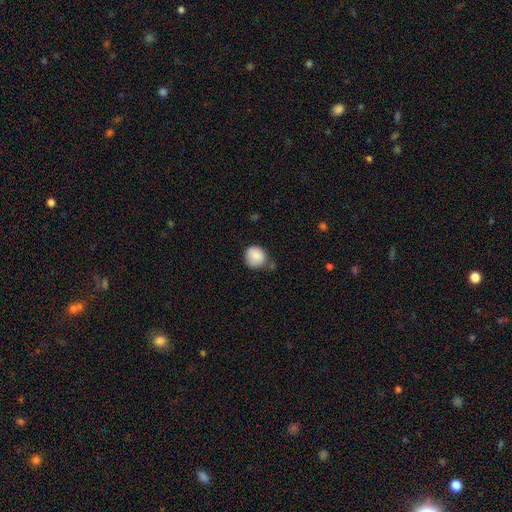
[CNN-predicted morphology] Smooth or featured: smooth — 88% (star or artifact — 8%)
How rounded: round — 82% (in between — 17%)
Merging: none — 62% (minor disturbance — 26%)